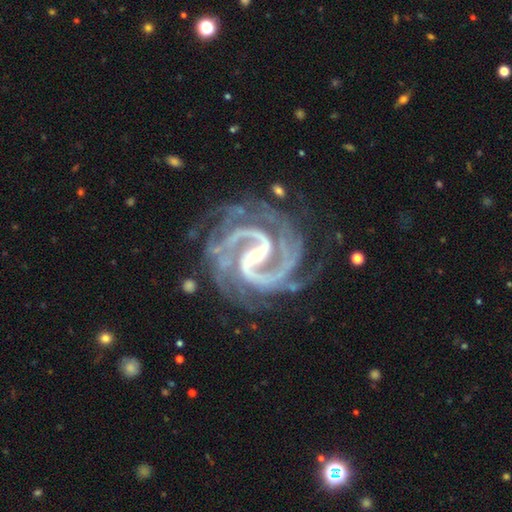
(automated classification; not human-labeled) This is clearly a featured or disk galaxy (94%). It is clearly not viewed edge-on (98%). Bar: likely strong (65%). Spiral arm pattern: clearly yes (99%). Spiral arm count: likely 2 (73%). Spiral winding: possibly medium (56%). Central bulge: likely small (71%). Merging: likely none (70%).